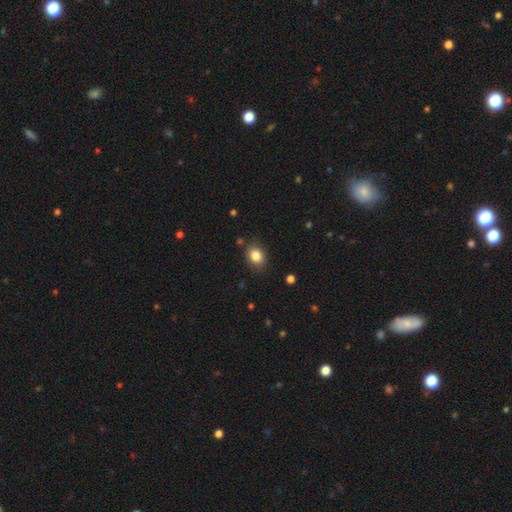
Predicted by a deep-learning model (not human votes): Smooth or featured? Predicted: smooth (p=0.84). How rounded? Predicted: in between (p=0.60). Merging? Predicted: none (p=0.83).